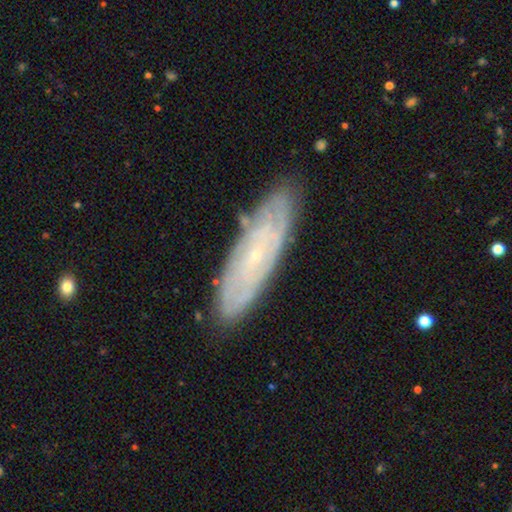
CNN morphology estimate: type=featured or disk (74%); edge-on=no (80%); bar=no (75%); spiral arms=yes (87%); winding=tight (78%); arm count=can't tell (60%); bulge=small (87%); merging=none (85%).